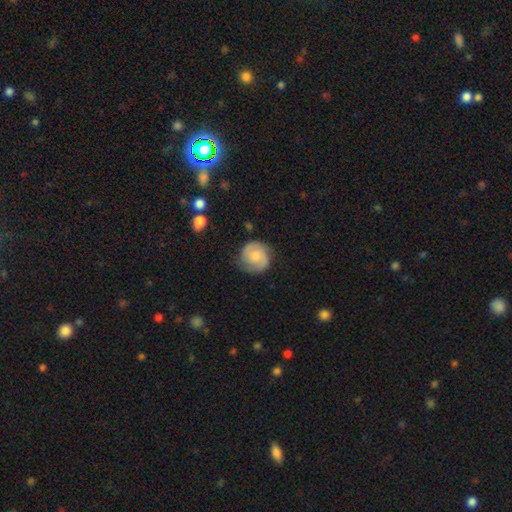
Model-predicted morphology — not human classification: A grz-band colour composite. It shows a featured or disk galaxy (51%). Merging: none (75%).